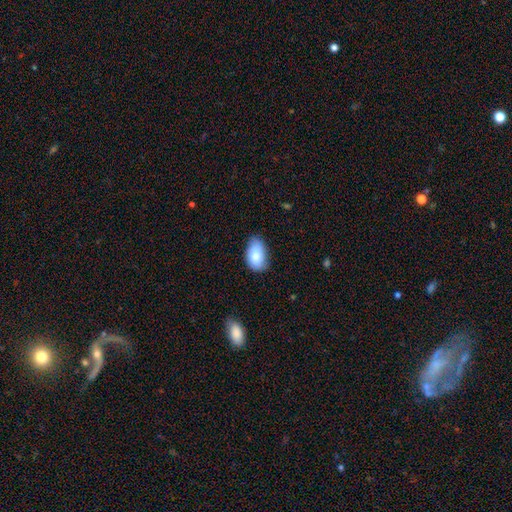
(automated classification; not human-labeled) This appears to be a smooth galaxy with no disk features (82%) that is in between round and cigar-shaped (92%). Merging: none (64%).